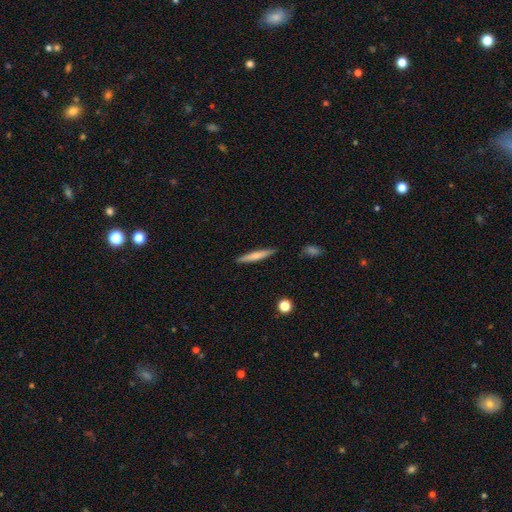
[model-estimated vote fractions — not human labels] Smooth or featured: smooth — 65% (featured or disk — 29%)
How rounded: cigar-shaped — 93% (in between — 5%)
Merging: none — 88% (minor disturbance — 9%)